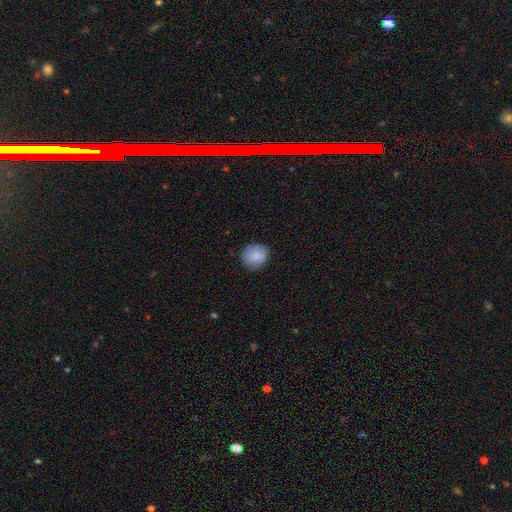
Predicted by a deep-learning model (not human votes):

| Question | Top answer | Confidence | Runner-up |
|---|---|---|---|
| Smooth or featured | smooth | 87% | star or artifact (7%) |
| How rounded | round | 72% | in between (27%) |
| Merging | none | 83% | minor disturbance (13%) |